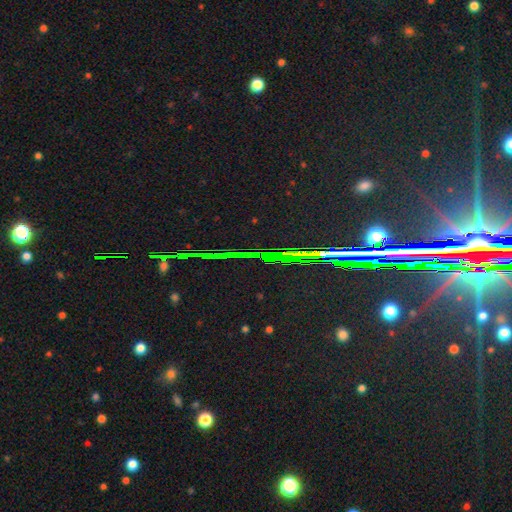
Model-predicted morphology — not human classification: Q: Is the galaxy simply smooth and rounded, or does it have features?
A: star or artifact — 85%.